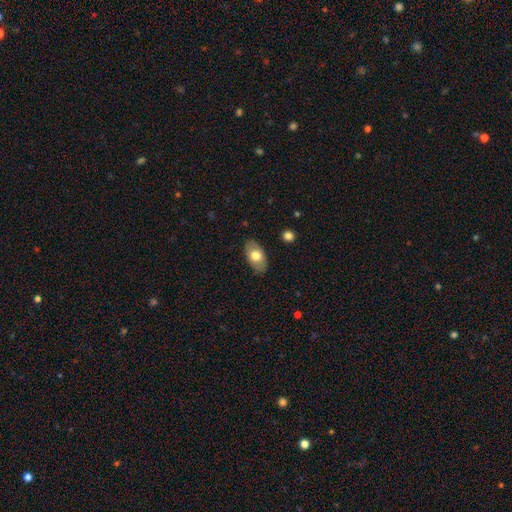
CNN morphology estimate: type=smooth (68%); roundness=in between (93%); merging=none (84%).